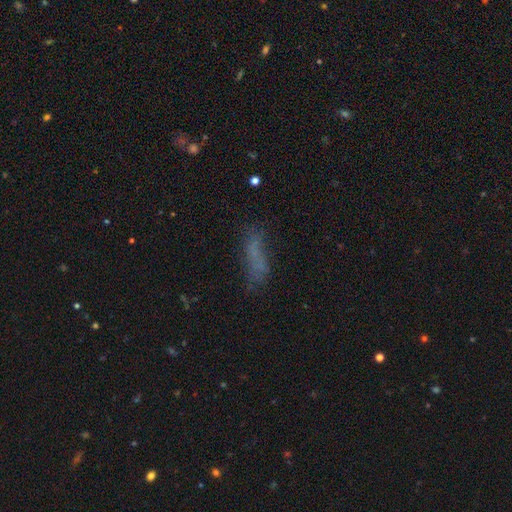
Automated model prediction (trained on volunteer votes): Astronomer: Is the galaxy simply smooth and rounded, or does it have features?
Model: smooth — 59%.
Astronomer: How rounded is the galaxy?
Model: cigar-shaped — 59% (runner-up: in between, 38%).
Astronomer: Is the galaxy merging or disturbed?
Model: none — 57%.